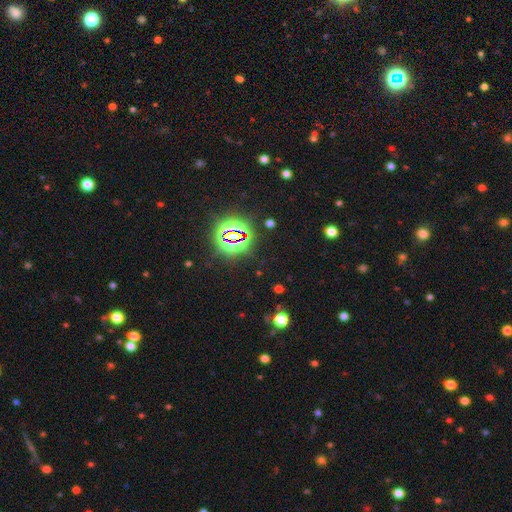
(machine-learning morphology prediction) This is clearly a star or artifact rather than a galaxy (82%).